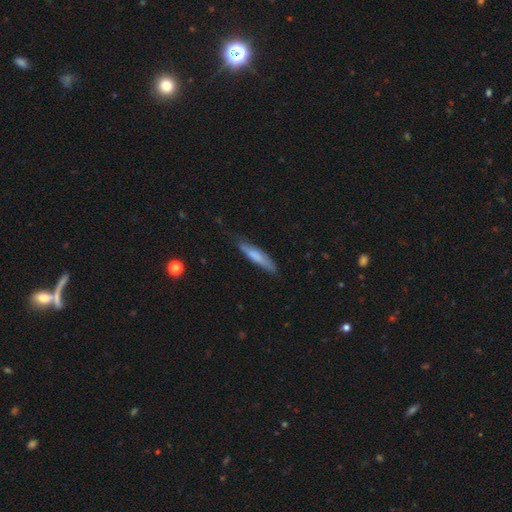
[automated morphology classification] The model was most divided on "merging": none: 69%, minor disturbance: 24%, major disturbance: 5%, merger: 2%. More confident: how rounded — cigar-shaped (86%); smooth or featured — smooth (71%).